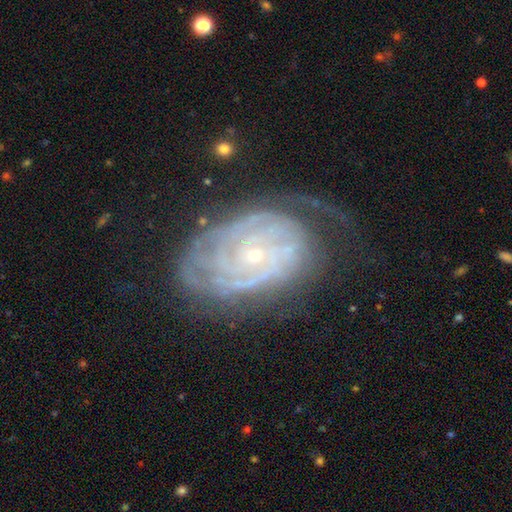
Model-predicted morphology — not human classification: Smooth or featured? Predicted: featured or disk (p=0.88). Edge-on disk? Predicted: no (p=0.96). Bar? Predicted: no (p=0.73). Spiral arms? Predicted: yes (p=0.96). Spiral winding? Predicted: tight (p=0.77). Spiral arm count? Predicted: can't tell (p=0.31). Bulge size? Predicted: small (p=0.81). Merging? Predicted: none (p=0.60).